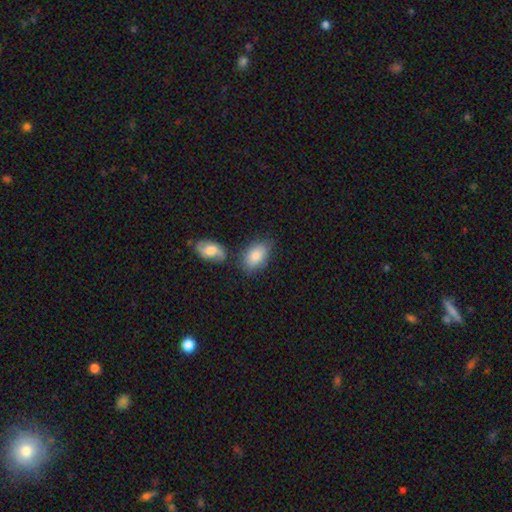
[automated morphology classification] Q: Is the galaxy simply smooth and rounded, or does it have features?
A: smooth — 84%.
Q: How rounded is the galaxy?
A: in between — 90%.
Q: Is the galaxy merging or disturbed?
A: none — 65%.